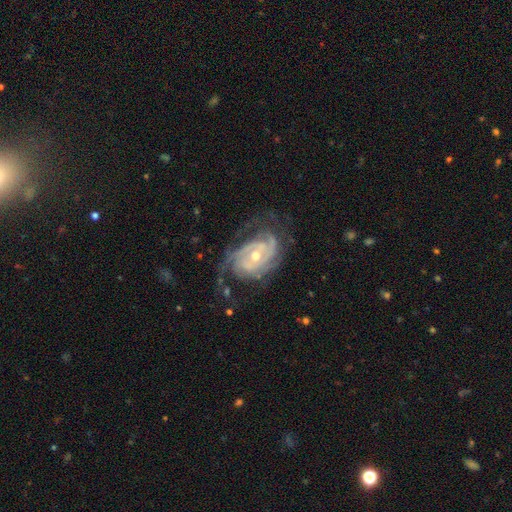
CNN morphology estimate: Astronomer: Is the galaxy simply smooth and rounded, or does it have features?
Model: featured or disk — 90%.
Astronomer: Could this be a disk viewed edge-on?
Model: no — 97%.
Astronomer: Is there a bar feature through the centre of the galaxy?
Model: no — 56% (runner-up: weak, 32%).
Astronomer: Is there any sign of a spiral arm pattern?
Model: yes — 97%.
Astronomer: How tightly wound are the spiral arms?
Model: tight — 64%.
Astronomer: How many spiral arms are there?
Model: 2 — 35% (runner-up: 3, 25%).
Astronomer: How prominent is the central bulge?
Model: moderate — 57% (runner-up: small, 39%).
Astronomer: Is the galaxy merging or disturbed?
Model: none — 65%.